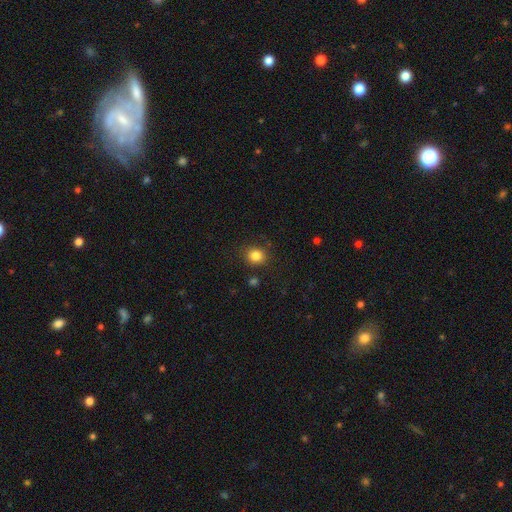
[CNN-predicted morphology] A smooth galaxy with no disk features (84%) that is round (82%). Merging: none (83%).